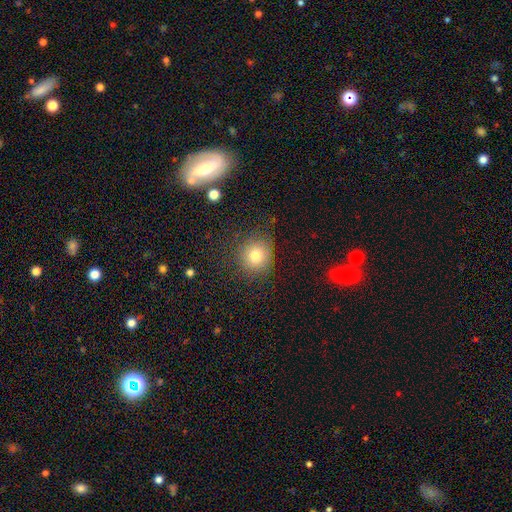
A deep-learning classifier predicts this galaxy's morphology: The model was most divided on "smooth or featured": smooth: 78%, star or artifact: 12%, featured or disk: 10%. More confident: how rounded — round (86%); merging — none (81%).